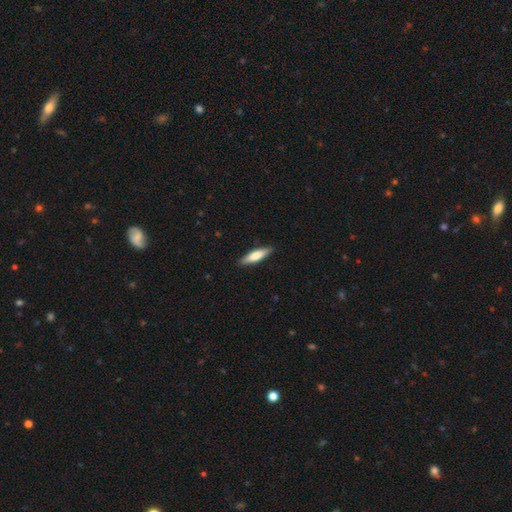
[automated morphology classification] Smooth or featured? smooth (70%)
How rounded? cigar-shaped (72%)
Merging? none (89%)